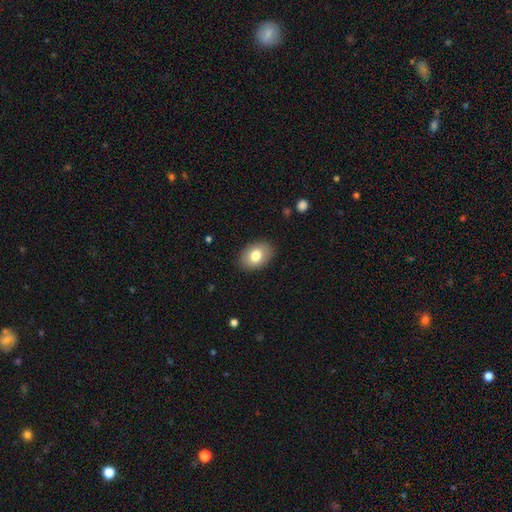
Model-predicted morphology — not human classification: smooth 80%, featured or disk 12%, star or artifact 8%. Down the decision tree: how rounded — in between (78%); merging — none (88%).